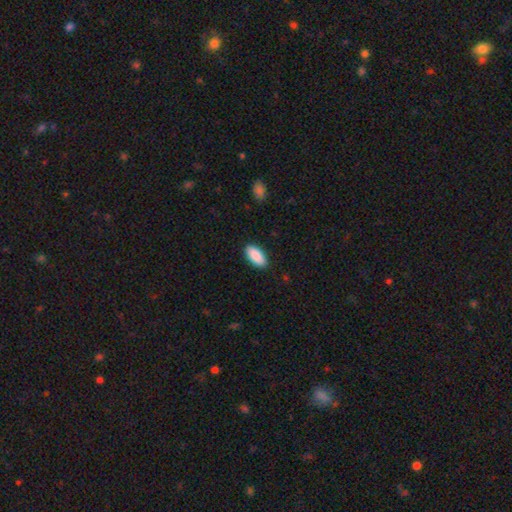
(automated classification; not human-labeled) smooth 90%, star or artifact 6%, featured or disk 4%. Down the decision tree: how rounded — in between (91%); merging — none (89%).